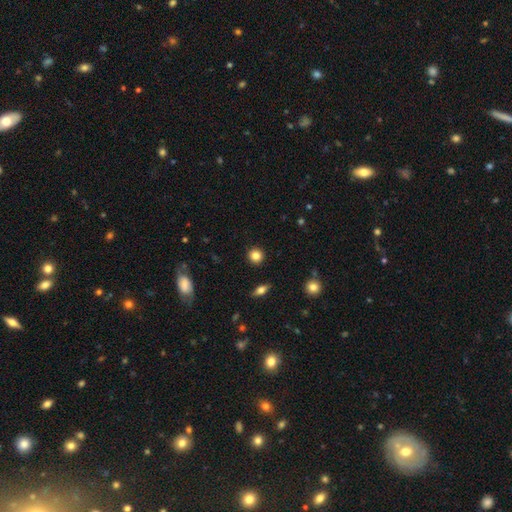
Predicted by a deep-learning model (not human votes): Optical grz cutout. It shows a smooth galaxy with no disk features (84%) that is round (92%). Merging: none (91%).